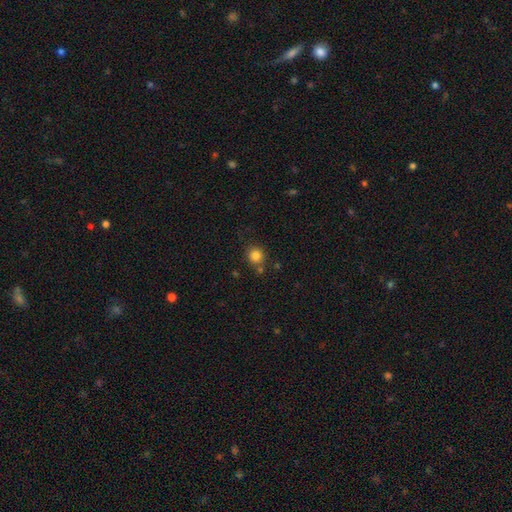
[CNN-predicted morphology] This appears to be a smooth galaxy with no disk features (83%) that is round (89%). Merging: none (74%).